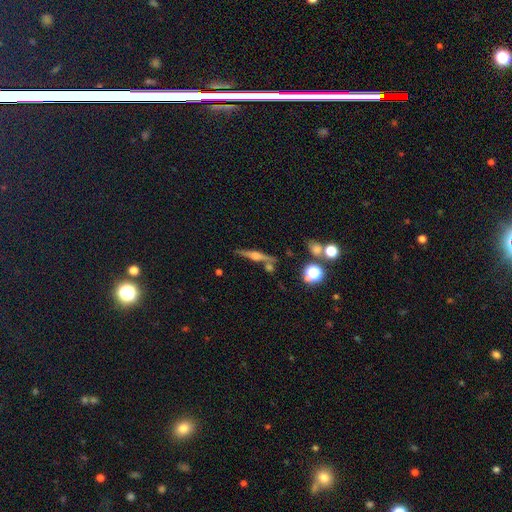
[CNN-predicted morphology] The model was most divided on "smooth or featured": featured or disk: 70%, smooth: 20%, star or artifact: 11%. More confident: edge-on disk — yes (96%); edge-on bulge — rounded (86%); merging — none (77%).